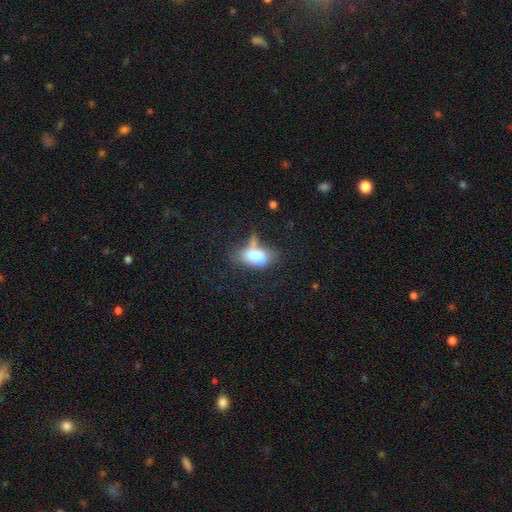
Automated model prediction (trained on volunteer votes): smooth_or_featured: smooth (p=0.69) [alt: featured or disk p=0.21]
how_rounded: in between (p=0.87) [alt: cigar-shaped p=0.07]
merging: major disturbance (p=0.28) [alt: merger p=0.25]